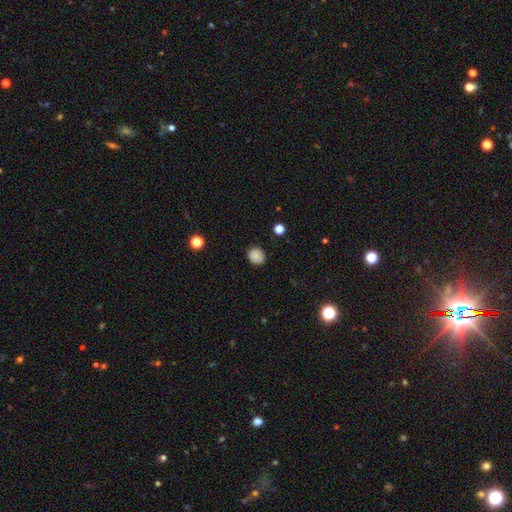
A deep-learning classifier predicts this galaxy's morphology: smooth 86%, star or artifact 10%, featured or disk 4%. Down the decision tree: how rounded — round (80%); merging — none (85%).